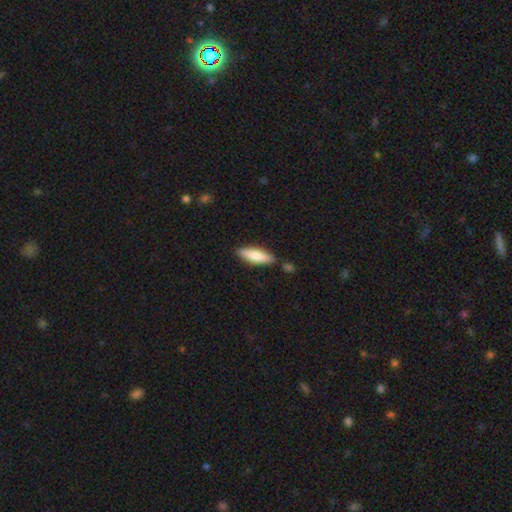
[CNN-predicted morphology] Overall: smooth (77%). How rounded: cigar-shaped (55%; in between 43%). Merging: none (80%).